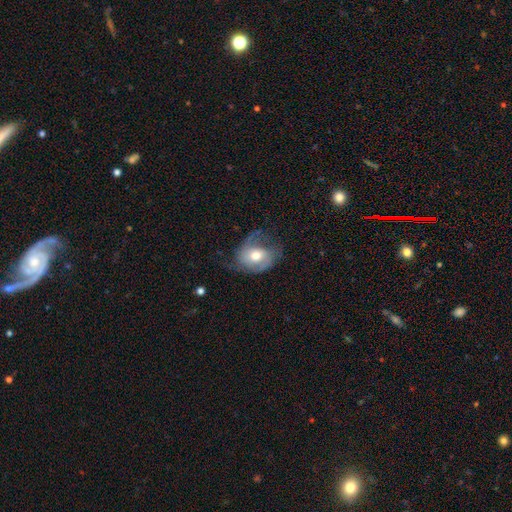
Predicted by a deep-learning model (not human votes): Smooth or featured? featured or disk (57%)
Edge-on disk? no (96%)
Bar? no (60%)
Spiral arms? yes (80%)
Bulge size? moderate (70%)
Merging? none (45%)